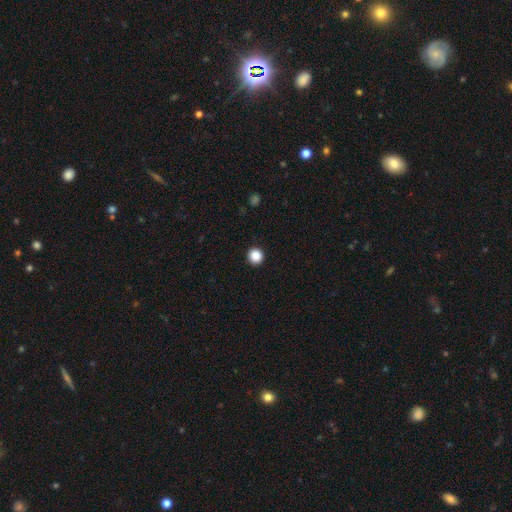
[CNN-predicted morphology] Smooth or featured? Predicted: smooth (p=0.87). How rounded? Predicted: round (p=0.96). Merging? Predicted: none (p=0.94).